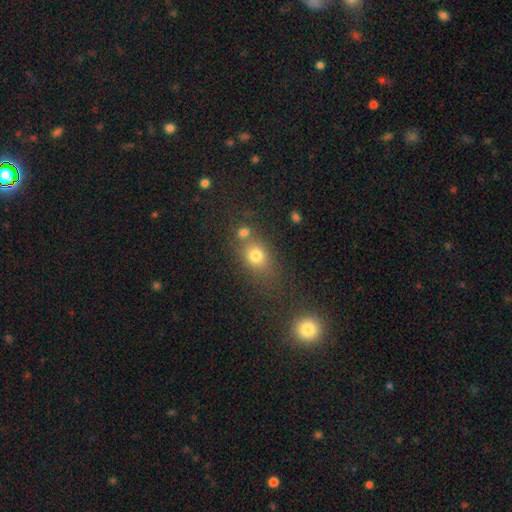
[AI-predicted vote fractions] Morphology: type=smooth (73%); roundness=round (51%); merging=none (55%).